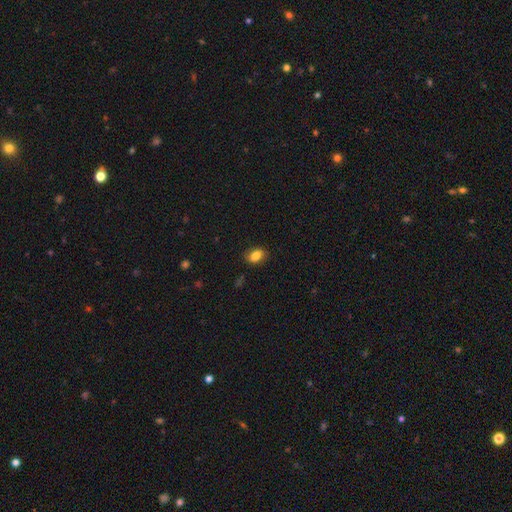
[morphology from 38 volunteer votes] Smooth or featured? 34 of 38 (89%) said smooth. How rounded? 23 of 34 (68%) said in between. Merging? 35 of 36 (97%) said none.